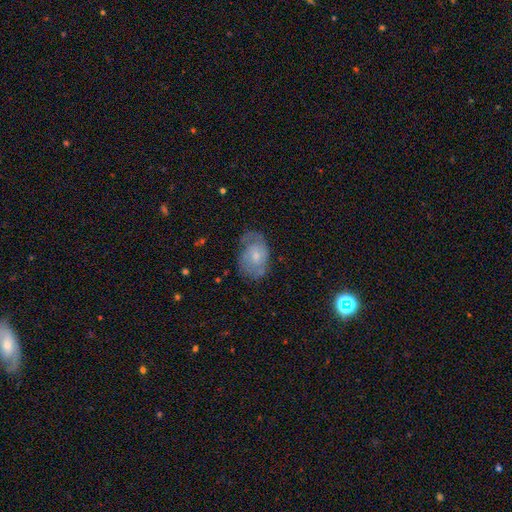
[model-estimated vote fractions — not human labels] This appears to be a featured or disk galaxy (56%) with no bar (67%), spiral arms (77%) and a small central bulge (48%). Merging: none (54%).